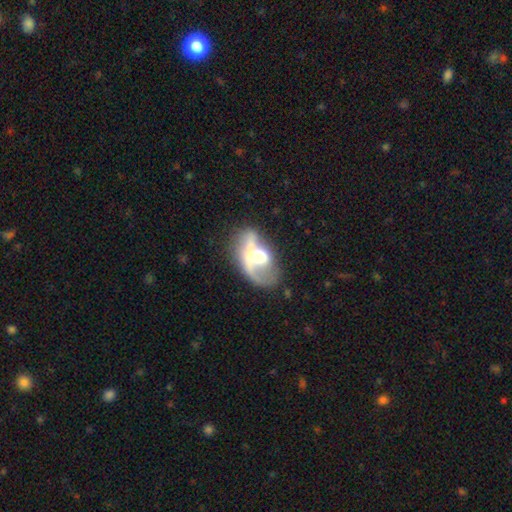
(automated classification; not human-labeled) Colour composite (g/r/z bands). It shows a featured or disk galaxy (60%) with no bar (65%), no spiral arms (52%) and a moderate central bulge (44%). Merging: major disturbance (38%).